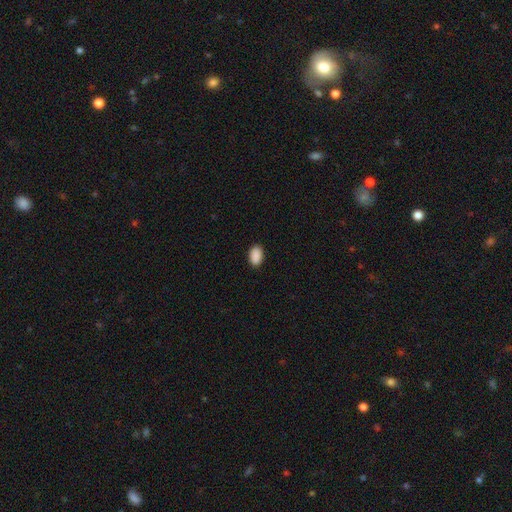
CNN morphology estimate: smooth_or_featured: smooth (p=0.90) [alt: star or artifact p=0.07]
how_rounded: in between (p=0.89) [alt: round p=0.10]
merging: none (p=0.89) [alt: minor disturbance p=0.09]